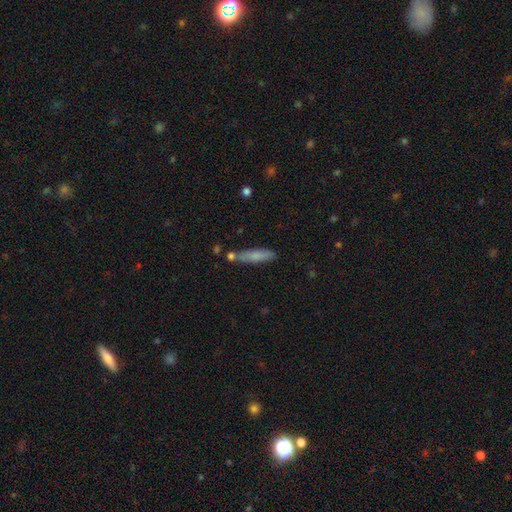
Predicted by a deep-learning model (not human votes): This appears to be a smooth galaxy with no disk features (73%) that is cigar-shaped (78%). Merging: none (70%).